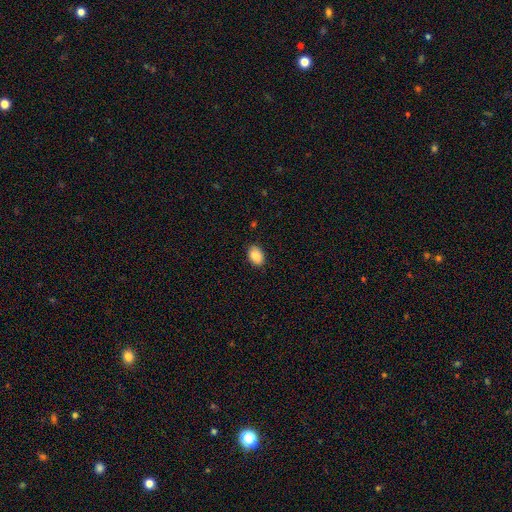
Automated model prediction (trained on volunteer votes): The model was most divided on "how rounded": in between: 83%, round: 16%, cigar-shaped: 1%. More confident: merging — none (88%); smooth or featured — smooth (88%).